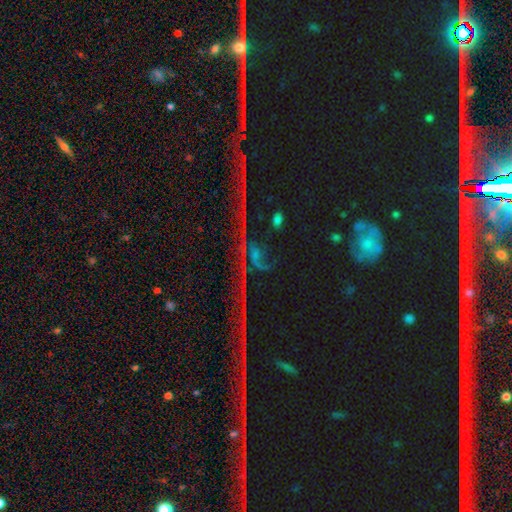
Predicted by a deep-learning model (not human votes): Q: Smooth or featured?
A: star or artifact (54%); runner-up: featured or disk (29%)